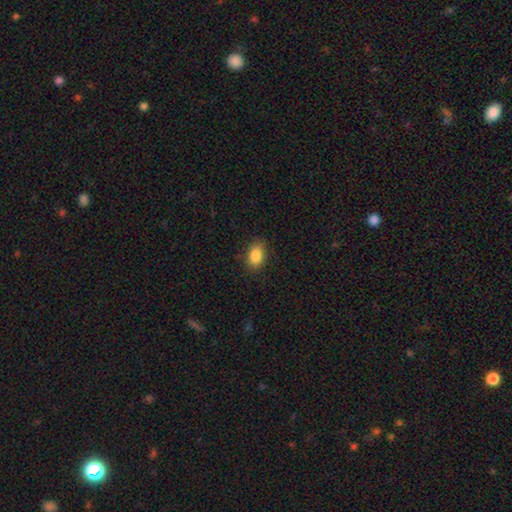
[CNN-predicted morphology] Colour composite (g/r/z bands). It shows a smooth galaxy with no disk features (86%) that is in between round and cigar-shaped (87%). Merging: none (86%).